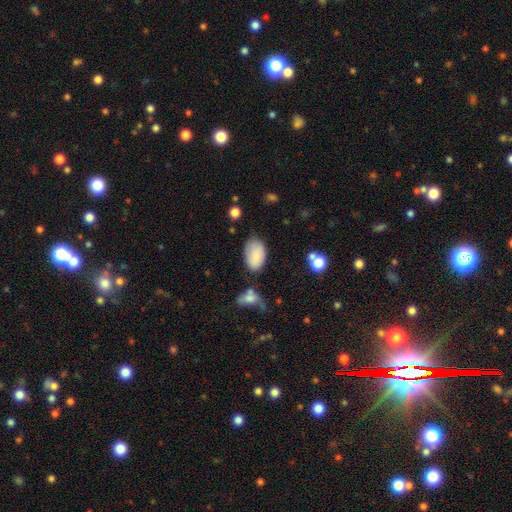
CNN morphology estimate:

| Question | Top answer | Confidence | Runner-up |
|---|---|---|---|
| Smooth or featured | smooth | 80% | featured or disk (12%) |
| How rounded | in between | 93% | round (5%) |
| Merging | none | 65% | minor disturbance (23%) |